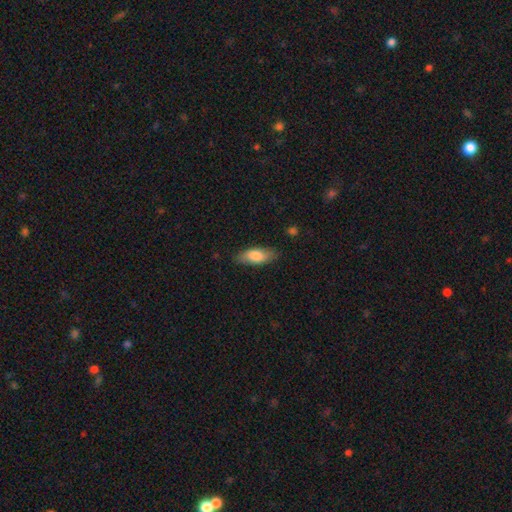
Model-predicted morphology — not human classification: smooth 79%, featured or disk 16%, star or artifact 6%. Down the decision tree: how rounded — in between (77%); merging — none (81%).